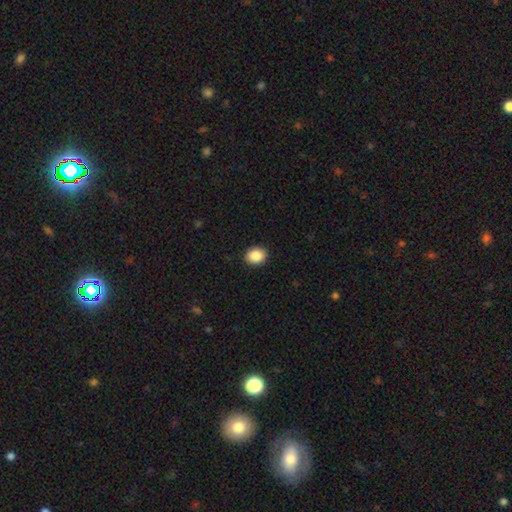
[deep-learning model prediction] smooth 88%, star or artifact 8%, featured or disk 4%. Down the decision tree: how rounded — round (55%); merging — none (91%).